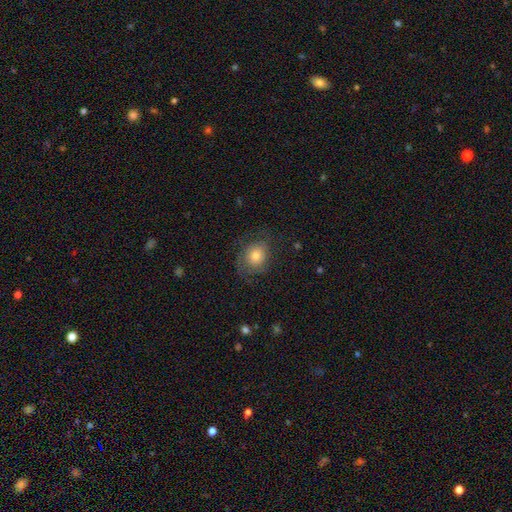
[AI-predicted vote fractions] Smooth or featured? Predicted: smooth (p=0.56). How rounded? Predicted: round (p=0.64). Merging? Predicted: none (p=0.64).